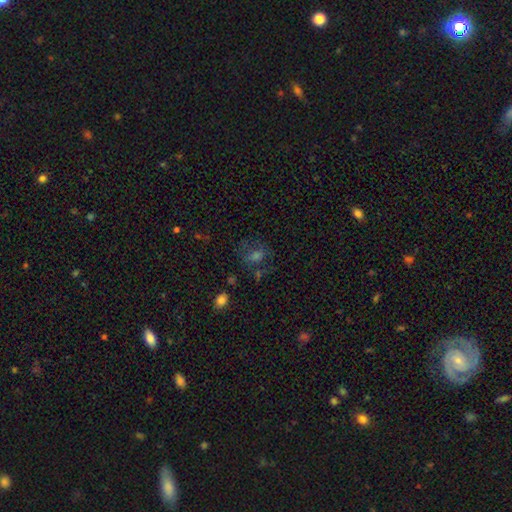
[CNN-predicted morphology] smooth_or_featured: smooth (p=0.43) [alt: star or artifact p=0.33]
merging: none (p=0.63) [alt: minor disturbance p=0.18]